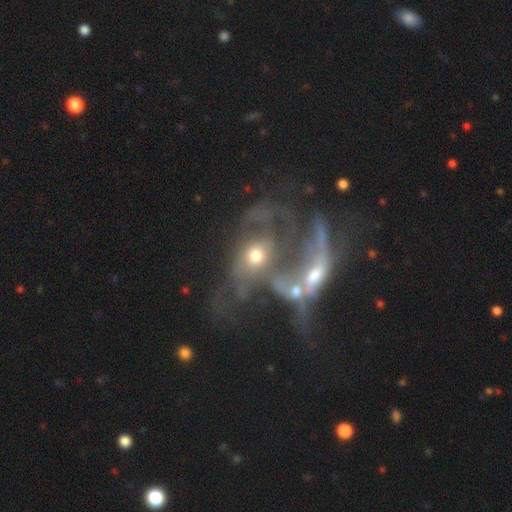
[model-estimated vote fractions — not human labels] Smooth or featured?
  - featured or disk: 59% *
  - smooth: 27%
  - star or artifact: 15%
Edge-on disk?
  - no: 91% *
  - yes: 9%
Bar?
  - no: 74% *
  - weak: 18%
  - strong: 9%
Spiral arms?
  - no: 52% *
  - yes: 48%
Bulge size?
  - moderate: 51% *
  - small: 29%
  - large: 9%
  - none: 7%
  - dominant: 3%
Merging?
  - merger: 70% *
  - major disturbance: 15%
  - none: 9%
  - minor disturbance: 5%